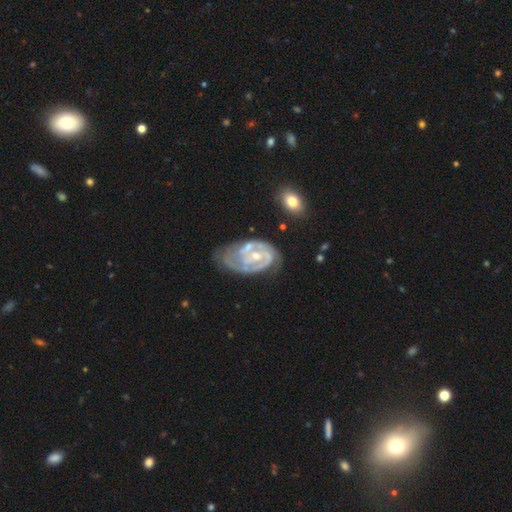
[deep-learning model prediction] smooth-or-featured: featured or disk: 86% | smooth: 10% | star or artifact: 5%
  disk-edge-on: no: 97% | yes: 3%
    bar: no: 54% | weak: 35% | strong: 11%
    has-spiral-arms: yes: 91% | no: 9%
      spiral-winding: tight: 58% | medium: 33% | loose: 9%
      spiral-arm-count: 2: 50% | can't tell: 23% | 1: 12% | 3: 10% | 4: 3% | more than 4: 2%
    bulge-size: small: 55% | moderate: 40% | none: 2% | large: 2% | dominant: 1%
  merging: none: 40% | minor disturbance: 29% | major disturbance: 22% | merger: 9%